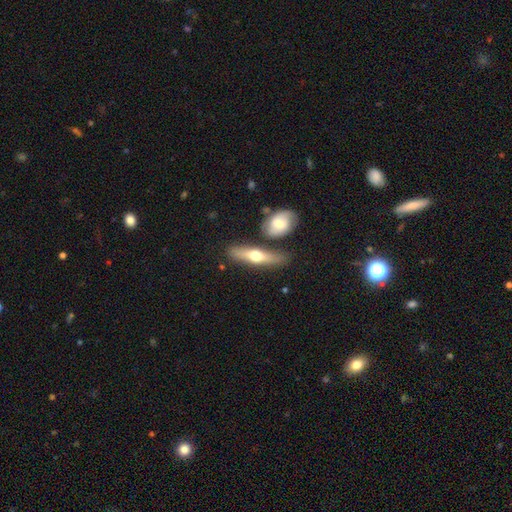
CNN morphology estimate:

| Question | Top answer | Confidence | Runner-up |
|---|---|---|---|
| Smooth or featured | smooth | 48% | featured or disk (47%) |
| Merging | none | 75% | minor disturbance (12%) |